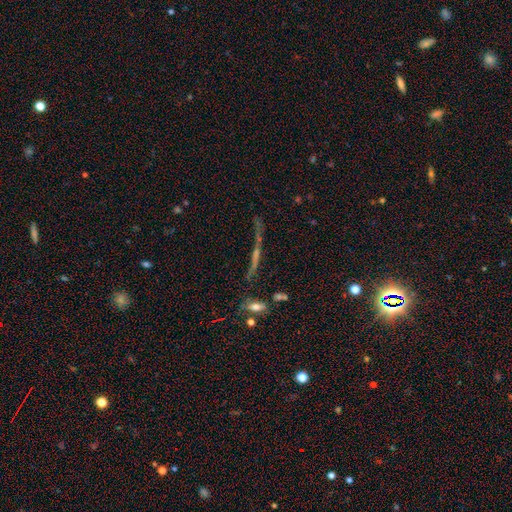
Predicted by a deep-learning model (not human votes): featured or disk 49%, star or artifact 28%, smooth 23%. Down the decision tree: merging — none (61%).